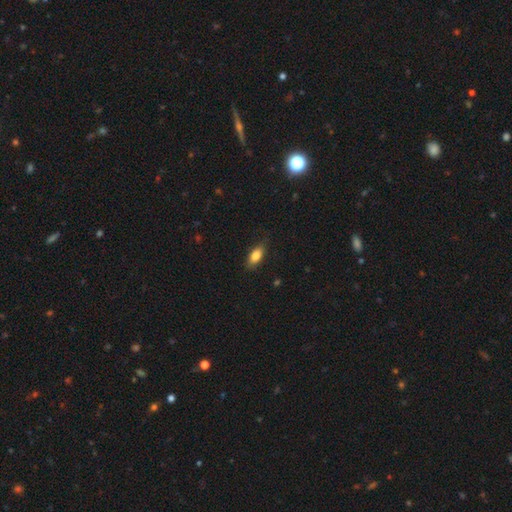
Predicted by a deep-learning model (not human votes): smooth 82%, featured or disk 10%, star or artifact 7%. Down the decision tree: how rounded — in between (84%); merging — none (82%).